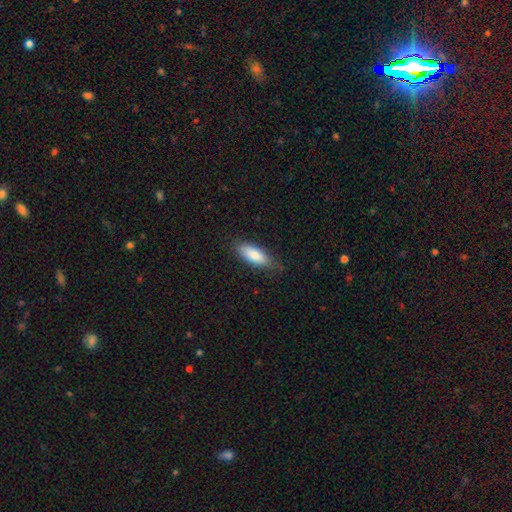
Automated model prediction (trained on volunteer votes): Morphology: type=smooth (82%); roundness=in between (71%); merging=none (76%).